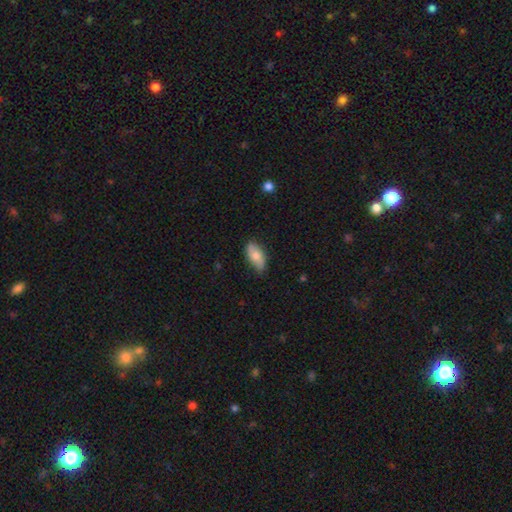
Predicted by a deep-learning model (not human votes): smooth_or_featured: smooth (p=0.70) [alt: featured or disk p=0.24]
how_rounded: in between (p=0.89) [alt: cigar-shaped p=0.07]
merging: none (p=0.76) [alt: minor disturbance p=0.20]